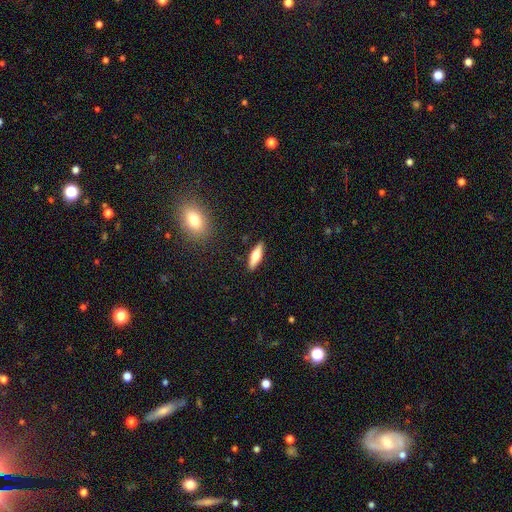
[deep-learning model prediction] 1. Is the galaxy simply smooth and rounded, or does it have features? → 56% smooth, 38% featured or disk, 6% star or artifact.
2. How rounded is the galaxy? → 52% cigar-shaped, 45% in between, 2% round.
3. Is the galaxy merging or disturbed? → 89% none, 8% minor disturbance, 2% major disturbance, 1% merger.